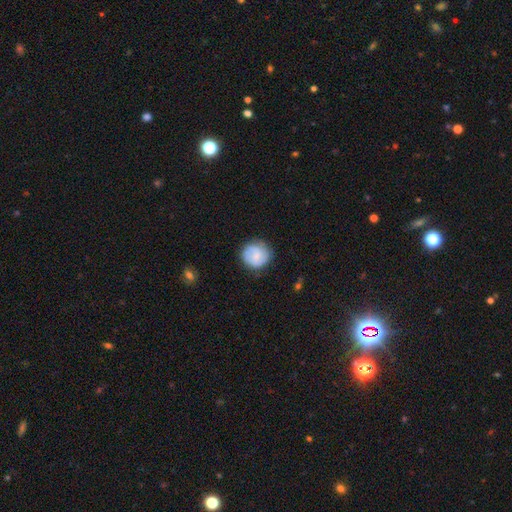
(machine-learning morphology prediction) The model was most divided on "smooth or featured": smooth: 56%, featured or disk: 37%, star or artifact: 7%. More confident: how rounded — round (89%); merging — none (79%).